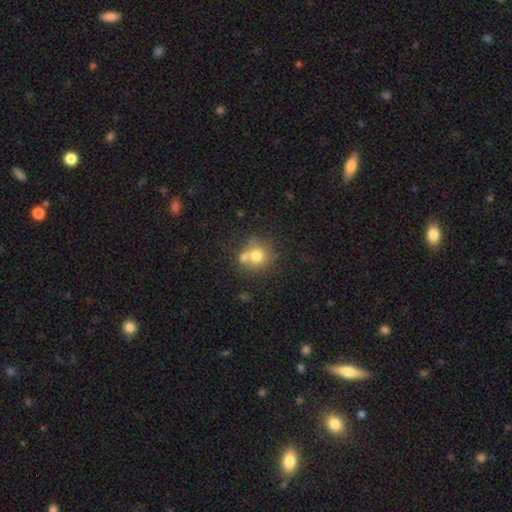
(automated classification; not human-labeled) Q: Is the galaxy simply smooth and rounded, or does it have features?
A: smooth — 72%.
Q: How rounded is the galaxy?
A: round — 83%.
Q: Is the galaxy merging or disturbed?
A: none — 48%.